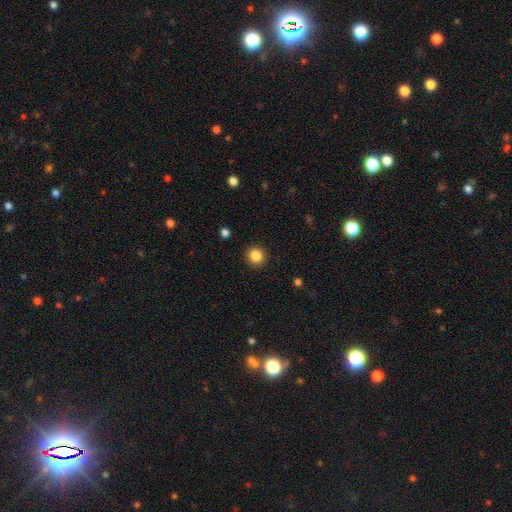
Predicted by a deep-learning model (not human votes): A smooth galaxy with no disk features (86%) that is round (88%).

Vote fractions:
- Smooth or featured? smooth: 86% / star or artifact: 10% / featured or disk: 4%
- How rounded? round: 88% / in between: 11% / cigar-shaped: 1%
- Merging? none: 92% / minor disturbance: 5% / major disturbance: 2% / merger: 1%